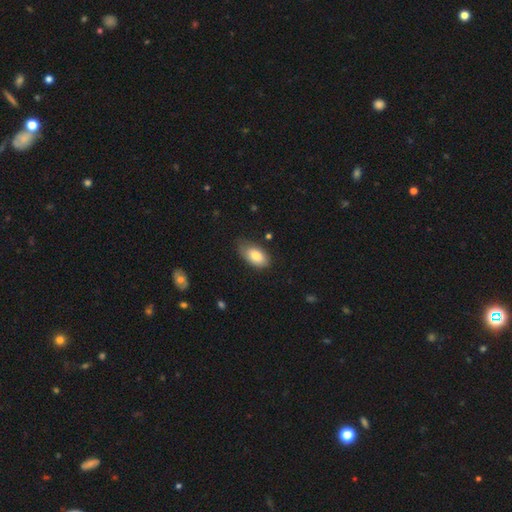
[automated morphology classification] A smooth galaxy with no disk features (81%) that is in between round and cigar-shaped (94%). Merging: none (65%).